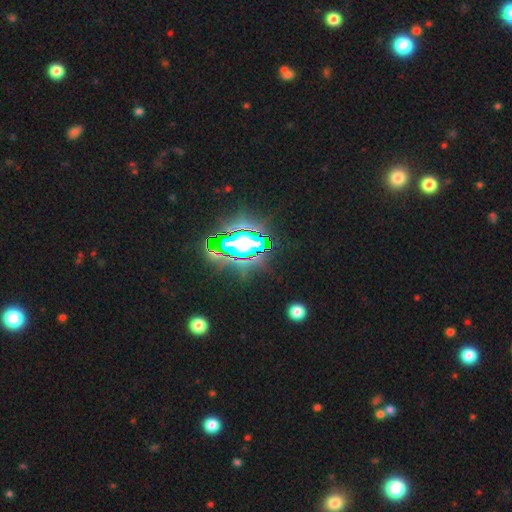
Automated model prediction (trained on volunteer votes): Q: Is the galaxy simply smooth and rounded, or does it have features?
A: star or artifact — 72%.